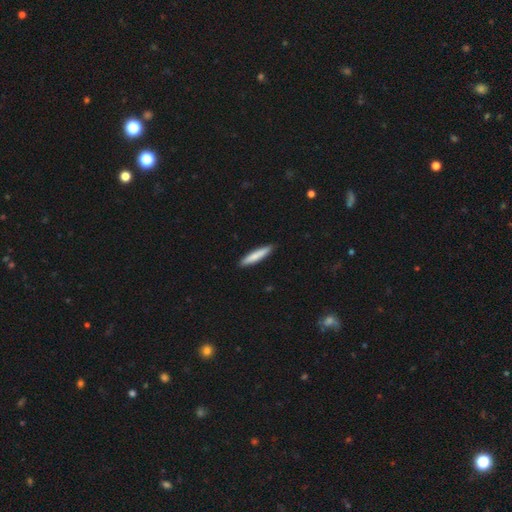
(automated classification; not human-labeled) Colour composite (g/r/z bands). It shows a smooth galaxy with no disk features (78%) that is cigar-shaped (90%). Merging: none (91%).